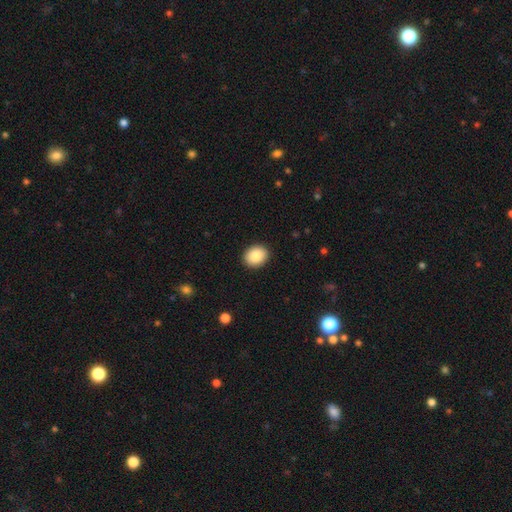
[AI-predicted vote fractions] The model was most divided on "how rounded": in between: 51%, round: 48%, cigar-shaped: 1%. More confident: merging — none (91%); smooth or featured — smooth (88%).